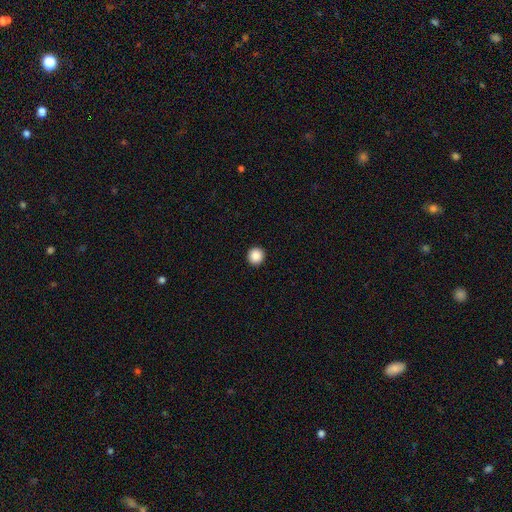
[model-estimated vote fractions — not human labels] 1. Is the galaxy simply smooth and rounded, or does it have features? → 88% smooth, 9% star or artifact, 3% featured or disk.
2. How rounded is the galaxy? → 95% round, 4% in between, 1% cigar-shaped.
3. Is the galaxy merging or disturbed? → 94% none, 4% minor disturbance, 1% major disturbance, 1% merger.